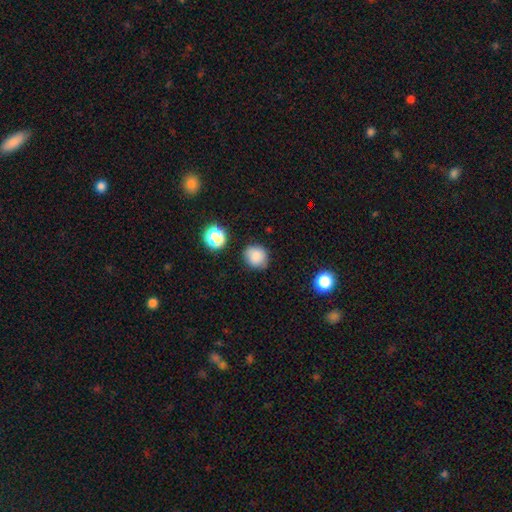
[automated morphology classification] Smooth or featured? Predicted: smooth (p=0.83). How rounded? Predicted: round (p=0.83). Merging? Predicted: none (p=0.82).